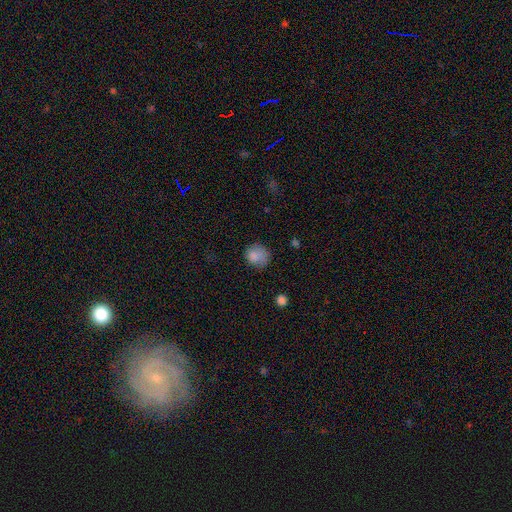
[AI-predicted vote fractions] Overall: smooth (83%). How rounded: round (78%). Merging: none (60%; minor disturbance 27%).